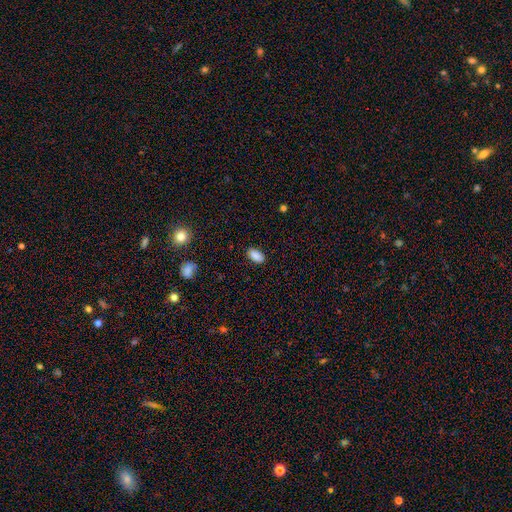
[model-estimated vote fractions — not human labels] Smooth or featured? Predicted: smooth (p=0.88). How rounded? Predicted: in between (p=0.93). Merging? Predicted: none (p=0.87).